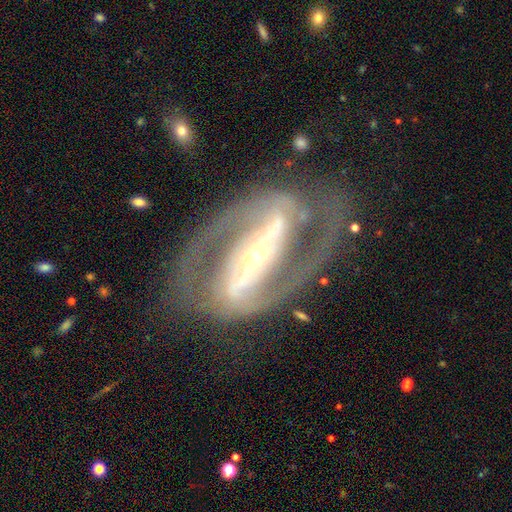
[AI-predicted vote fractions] Overall: featured or disk (91%). Edge-on disk: no (95%). Bar: strong (78%). Spiral arms: yes (95%). Spiral arm count: 2 (92%). Spiral winding: medium (53%; tight 33%). Bulge size: small (62%; moderate 32%). Merging: none (76%).